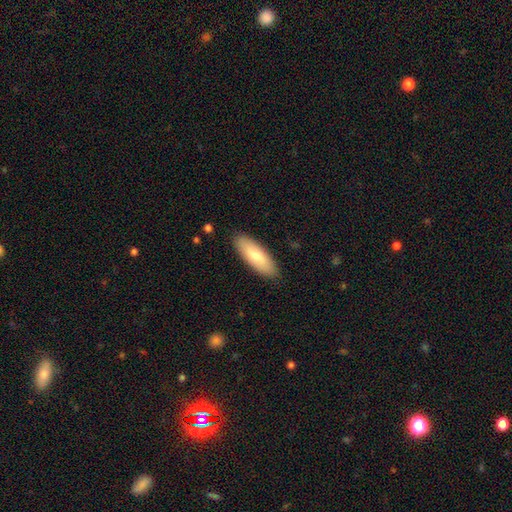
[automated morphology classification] smooth-or-featured: smooth: 74% | featured or disk: 20% | star or artifact: 5%
  how-rounded: in between: 64% | cigar-shaped: 34% | round: 2%
  merging: none: 88% | minor disturbance: 9% | major disturbance: 2% | merger: 1%